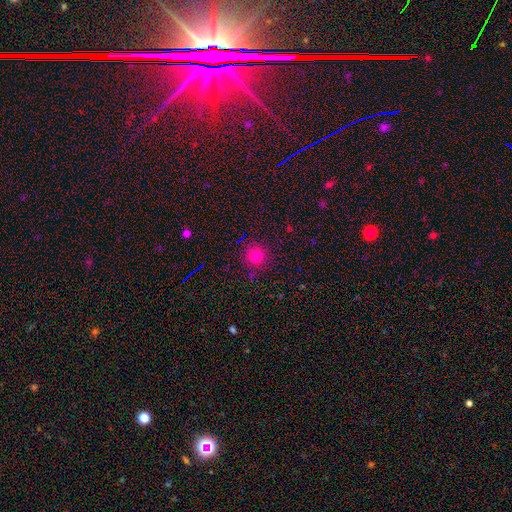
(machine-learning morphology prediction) A smooth galaxy with no disk features (77%) that is round (95%).

Vote fractions:
- Smooth or featured? smooth: 77% / star or artifact: 17% / featured or disk: 6%
- How rounded? round: 95% / in between: 4% / cigar-shaped: 1%
- Merging? none: 89% / minor disturbance: 7% / major disturbance: 2% / merger: 2%